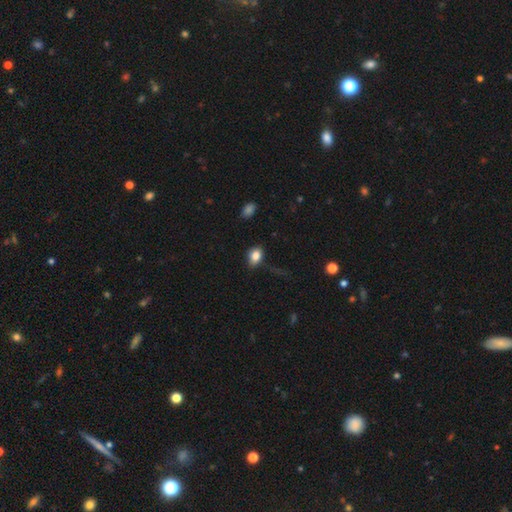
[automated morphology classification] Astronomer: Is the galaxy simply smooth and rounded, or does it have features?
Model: smooth — 82%.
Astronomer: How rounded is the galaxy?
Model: in between — 73%.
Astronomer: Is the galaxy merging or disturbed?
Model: none — 70%.